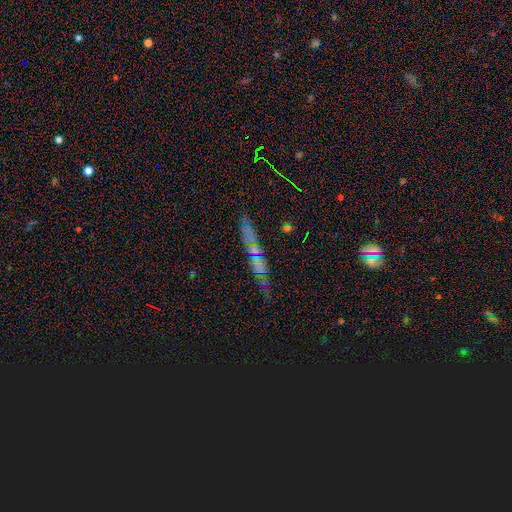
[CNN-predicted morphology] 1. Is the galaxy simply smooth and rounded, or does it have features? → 38% featured or disk, 33% star or artifact, 29% smooth.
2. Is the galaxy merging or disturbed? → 74% none, 14% minor disturbance, 6% major disturbance, 6% merger.